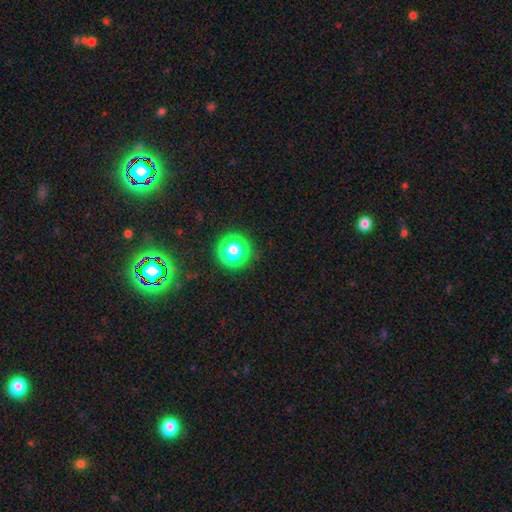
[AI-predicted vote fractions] This is likely a star or artifact rather than a galaxy (76%).